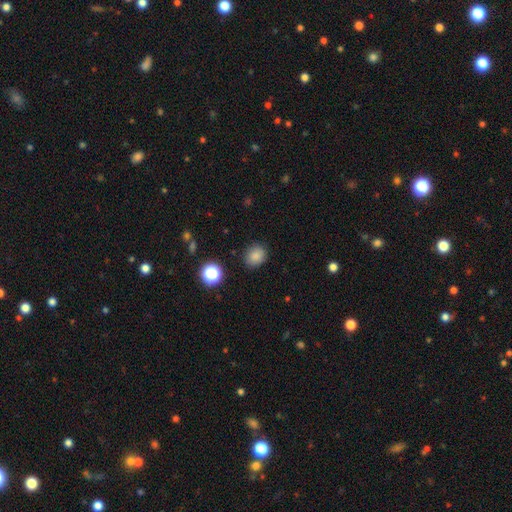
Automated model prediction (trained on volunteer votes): Q: Smooth or featured?
A: smooth (83%); runner-up: star or artifact (12%)
Q: How rounded?
A: round (61%); runner-up: in between (38%)
Q: Merging?
A: none (84%); runner-up: minor disturbance (11%)